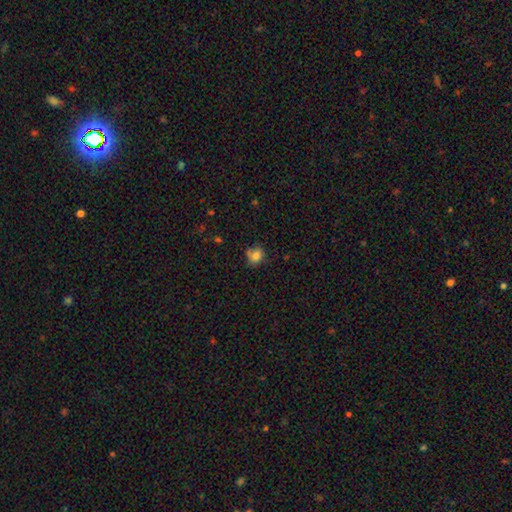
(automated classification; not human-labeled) Morphology: type=smooth (80%); roundness=round (73%); merging=none (60%).